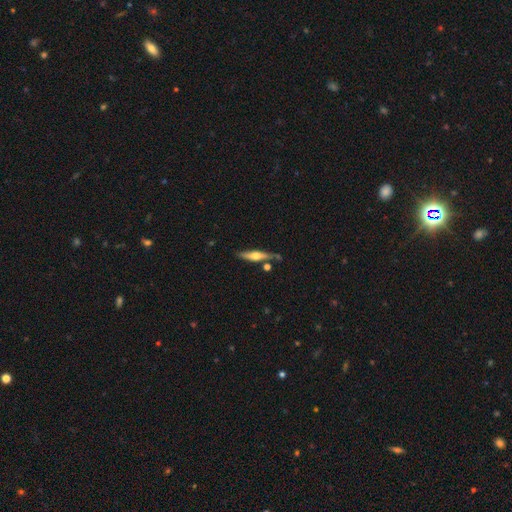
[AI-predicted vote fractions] smooth-or-featured: featured or disk: 61% | smooth: 34% | star or artifact: 6%
  disk-edge-on: yes: 94% | no: 6%
    edge-on-bulge: rounded: 90% | boxy: 6% | none: 4%
  merging: none: 73% | minor disturbance: 15% | merger: 8% | major disturbance: 4%